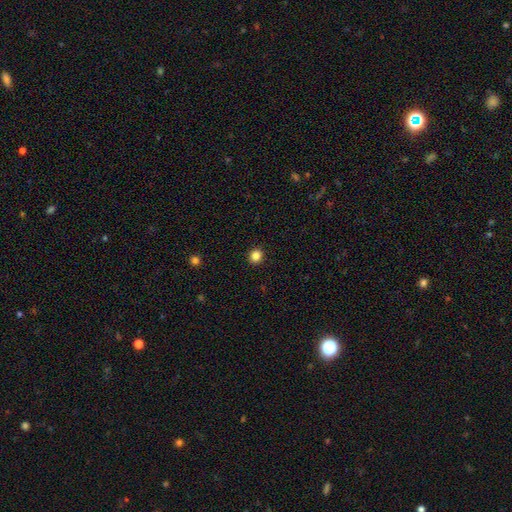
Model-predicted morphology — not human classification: smooth 84%, star or artifact 12%, featured or disk 4%. Down the decision tree: how rounded — round (90%); merging — none (93%).